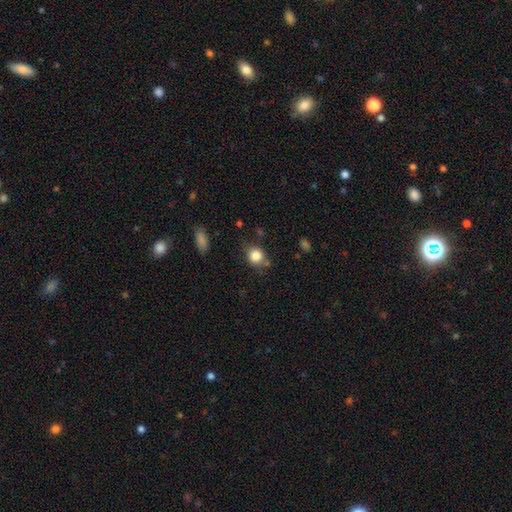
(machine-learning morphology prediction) Smooth or featured?
  - smooth: 83% *
  - star or artifact: 10%
  - featured or disk: 7%
How rounded?
  - round: 75% *
  - in between: 24%
  - cigar-shaped: 1%
Merging?
  - none: 70% *
  - minor disturbance: 19%
  - merger: 6%
  - major disturbance: 5%